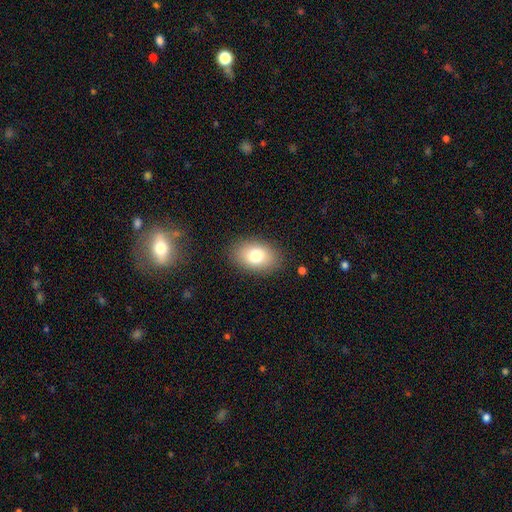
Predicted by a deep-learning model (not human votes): This appears to be a smooth galaxy with no disk features (78%) that is in between round and cigar-shaped (86%). Merging: none (86%).